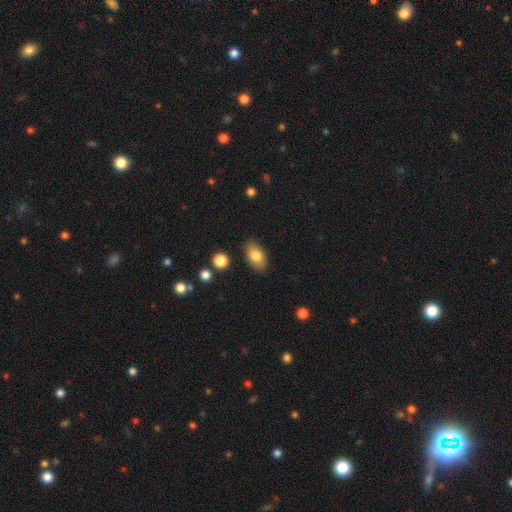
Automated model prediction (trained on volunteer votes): Smooth or featured: smooth — 82% (featured or disk — 10%)
How rounded: in between — 91% (round — 6%)
Merging: none — 85% (minor disturbance — 10%)